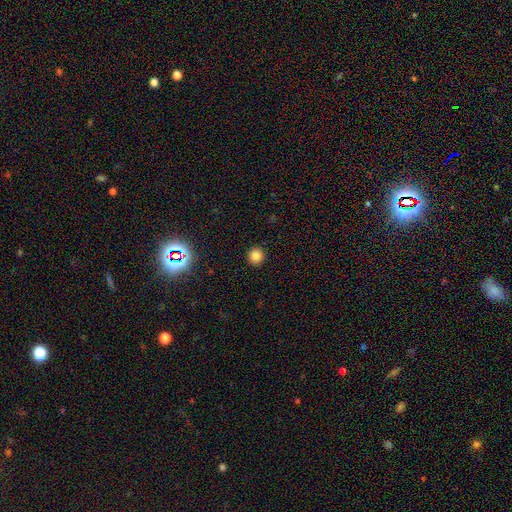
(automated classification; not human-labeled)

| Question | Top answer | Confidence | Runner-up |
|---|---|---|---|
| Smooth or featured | smooth | 81% | star or artifact (14%) |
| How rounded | round | 95% | in between (5%) |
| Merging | none | 93% | minor disturbance (5%) |